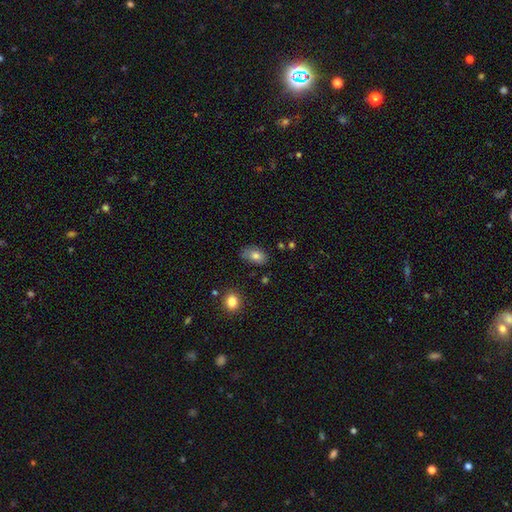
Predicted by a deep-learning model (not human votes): This appears to be a smooth galaxy with no disk features (79%) that is in between round and cigar-shaped (89%). Merging: none (73%).